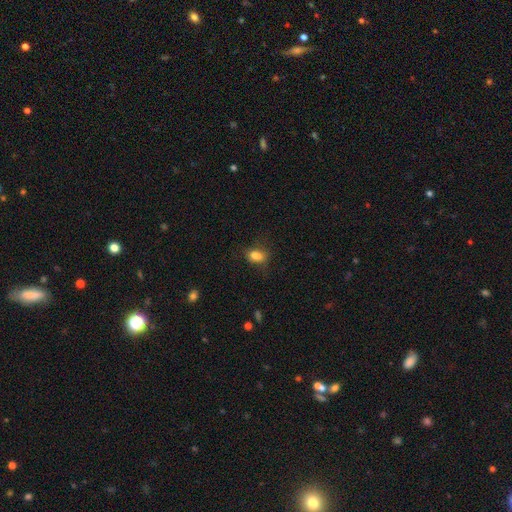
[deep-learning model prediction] This is likely a smooth galaxy (79%). How rounded: likely in between (78%). Merging: possibly none (55%).